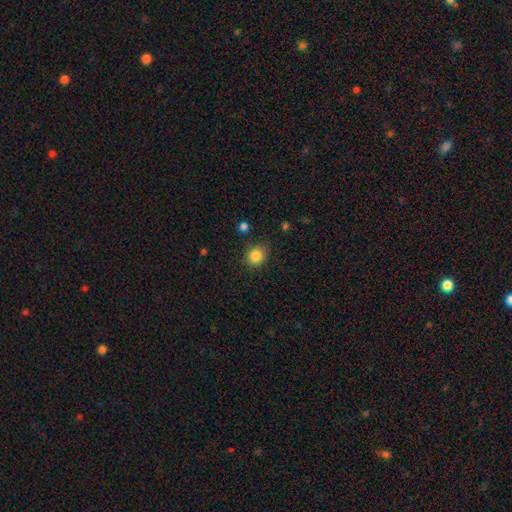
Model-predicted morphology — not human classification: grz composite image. It shows a smooth galaxy with no disk features (85%) that is round (80%). Merging: none (84%).